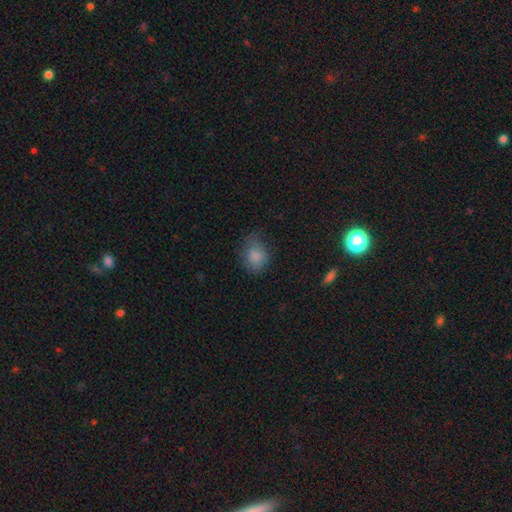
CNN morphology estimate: Smooth or featured: smooth — 83% (star or artifact — 9%)
How rounded: round — 50% (in between — 48%)
Merging: none — 54% (minor disturbance — 31%)